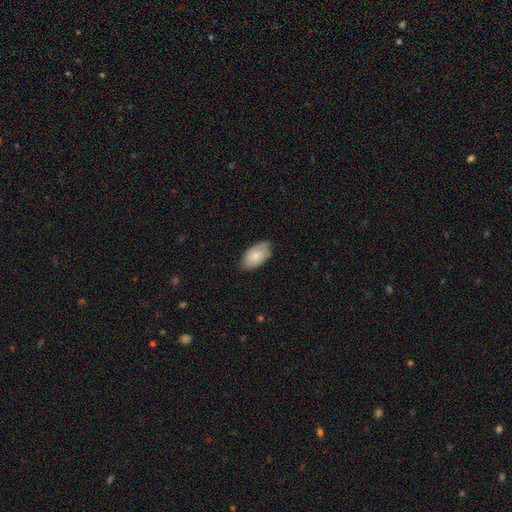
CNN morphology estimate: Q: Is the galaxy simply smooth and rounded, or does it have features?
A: smooth — 62%.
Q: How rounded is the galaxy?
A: in between — 94%.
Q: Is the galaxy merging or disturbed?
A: none — 70%.